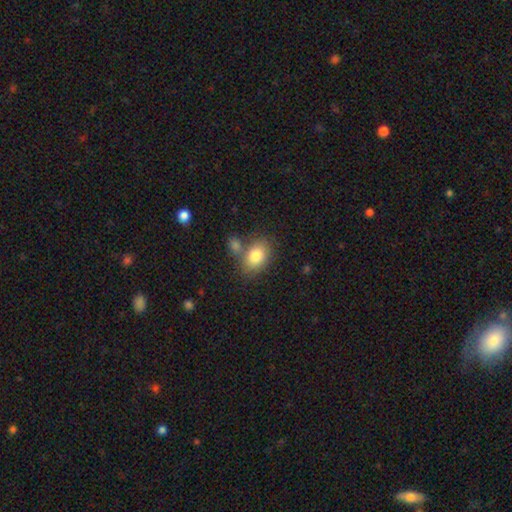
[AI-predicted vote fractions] smooth 81%, featured or disk 11%, star or artifact 8%. Down the decision tree: how rounded — in between (77%); merging — none (58%).